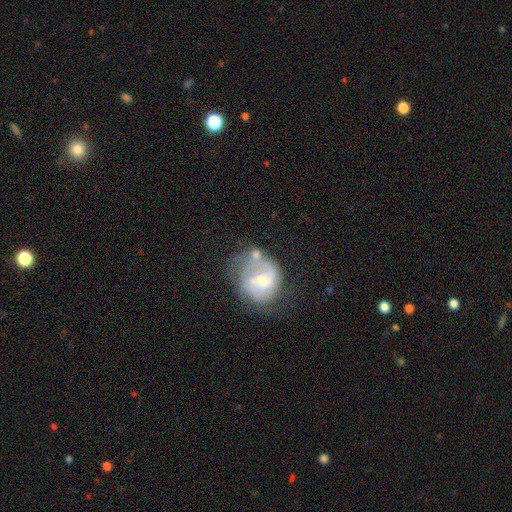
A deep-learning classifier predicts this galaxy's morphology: A featured or disk galaxy (64%) with no bar (57%), spiral arms (77%) and a small central bulge (55%).

Vote fractions:
- Smooth or featured? featured or disk: 64% / smooth: 28% / star or artifact: 8%
- Edge-on disk? no: 98% / yes: 2%
- Bar? no: 57% / weak: 36% / strong: 7%
- Spiral arms? yes: 77% / no: 23%
- Bulge size? small: 55% / moderate: 37% / none: 4% / large: 3% / dominant: 1%
- Merging? none: 35% / minor disturbance: 23% / major disturbance: 22% / merger: 21%